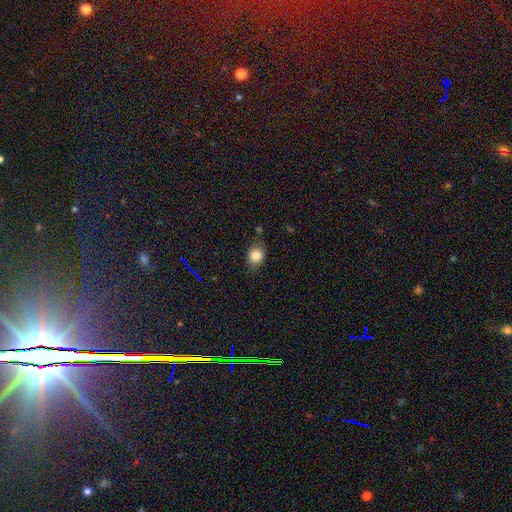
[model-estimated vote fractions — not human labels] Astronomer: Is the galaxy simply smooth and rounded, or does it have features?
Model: smooth — 82%.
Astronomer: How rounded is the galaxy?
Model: in between — 53% (runner-up: round, 45%).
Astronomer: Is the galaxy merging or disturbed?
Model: none — 74%.